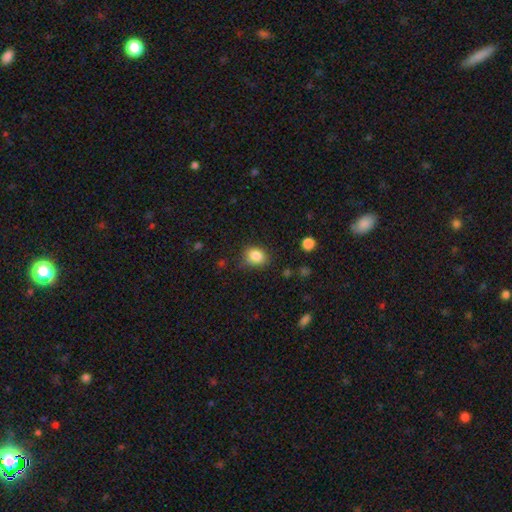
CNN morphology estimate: A smooth galaxy with no disk features (85%) that is round (55%). Merging: none (77%).